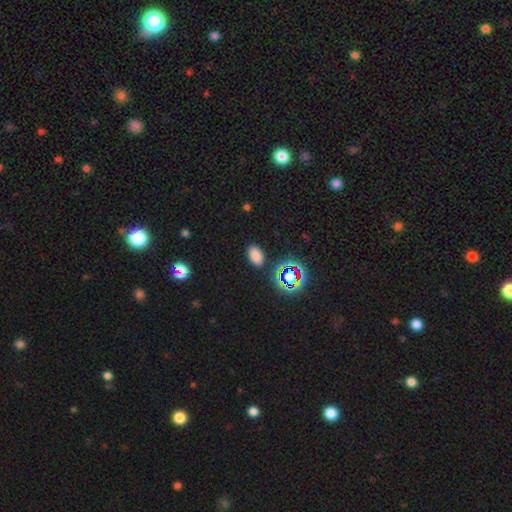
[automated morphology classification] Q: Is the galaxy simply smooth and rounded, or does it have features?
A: smooth — 75%.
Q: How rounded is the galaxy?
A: in between — 90%.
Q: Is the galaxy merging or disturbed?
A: none — 86%.